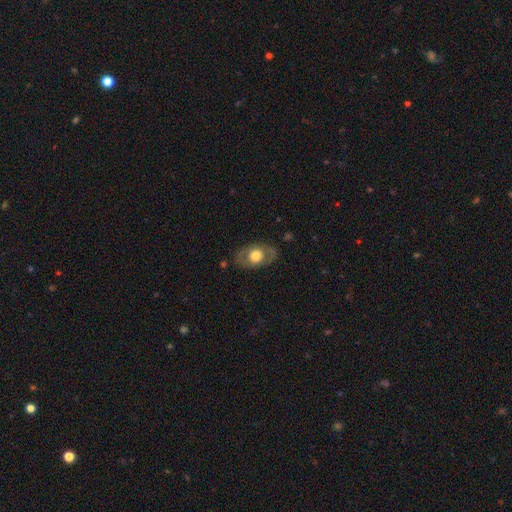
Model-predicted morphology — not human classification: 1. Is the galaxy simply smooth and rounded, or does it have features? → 50% smooth, 44% featured or disk, 6% star or artifact.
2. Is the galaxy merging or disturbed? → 78% none, 14% minor disturbance, 7% major disturbance, 1% merger.